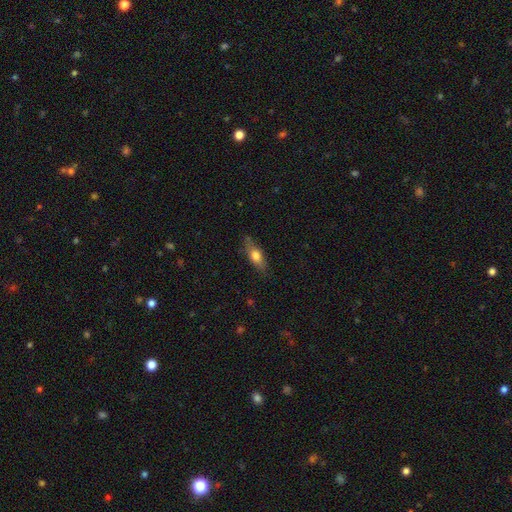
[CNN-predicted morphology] Q: Smooth or featured?
A: smooth (63%); runner-up: featured or disk (30%)
Q: How rounded?
A: in between (61%); runner-up: cigar-shaped (35%)
Q: Merging?
A: none (77%); runner-up: minor disturbance (18%)